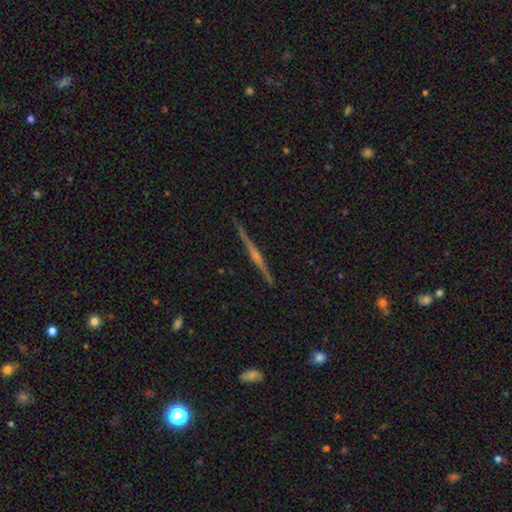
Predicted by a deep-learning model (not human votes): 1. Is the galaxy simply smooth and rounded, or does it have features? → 82% featured or disk, 12% smooth, 6% star or artifact.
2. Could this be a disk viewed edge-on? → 99% yes, 1% no.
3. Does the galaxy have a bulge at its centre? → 70% rounded, 20% none, 9% boxy.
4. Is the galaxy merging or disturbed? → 92% none, 5% minor disturbance, 1% major disturbance, 1% merger.